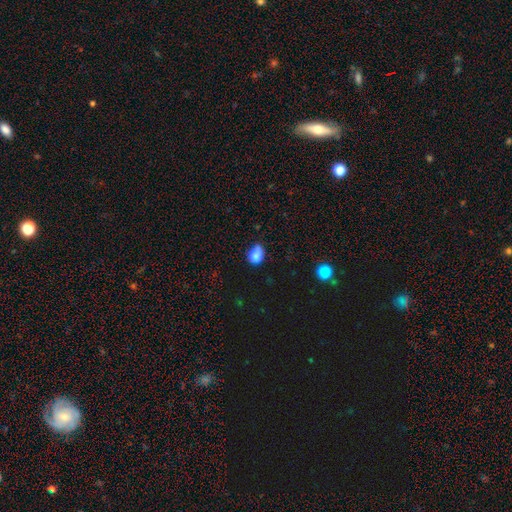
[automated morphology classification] A smooth galaxy with no disk features (79%) that is round (51%). Merging: none (41%).